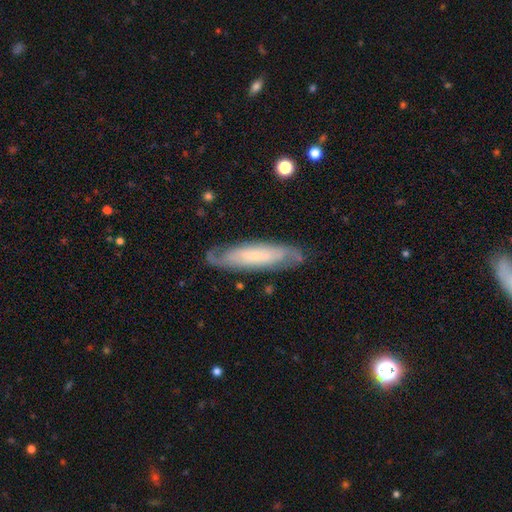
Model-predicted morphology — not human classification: Smooth or featured? Predicted: featured or disk (p=0.66). Edge-on disk? Predicted: no (p=0.72). Merging? Predicted: none (p=0.78).